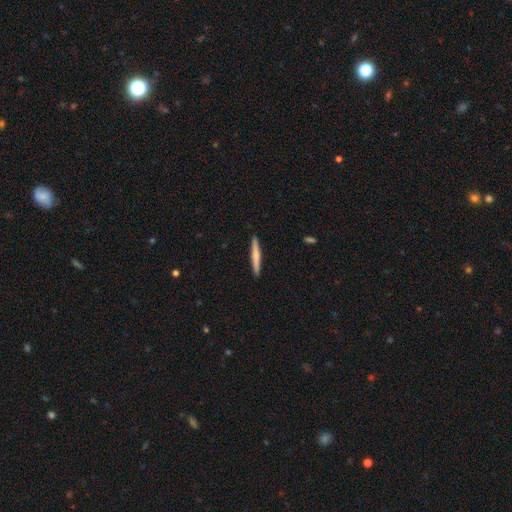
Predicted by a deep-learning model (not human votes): Overall: smooth (59%; featured or disk 36%). How rounded: cigar-shaped (96%). Merging: none (92%).